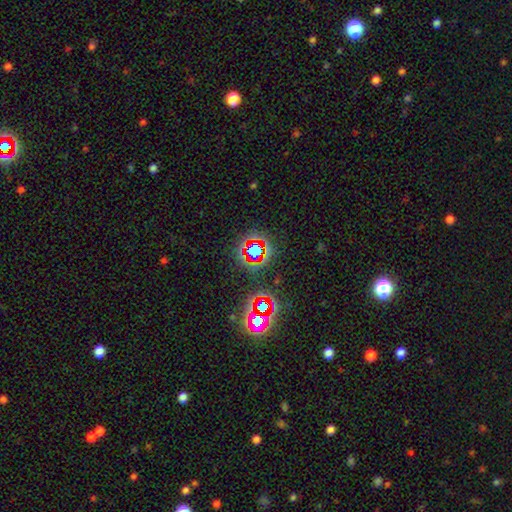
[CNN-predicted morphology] Smooth or featured? Predicted: star or artifact (p=0.65).